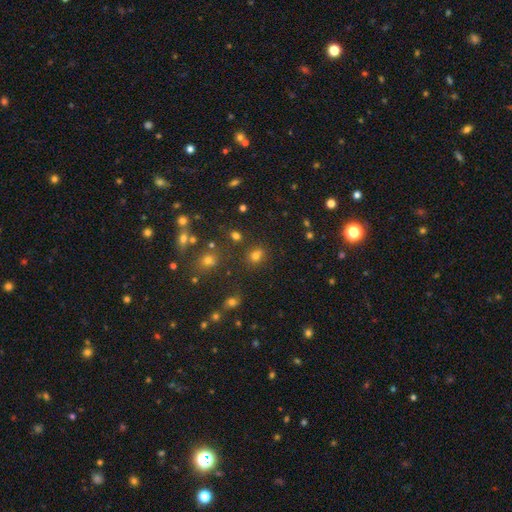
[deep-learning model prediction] The model was most divided on "how rounded": round: 67%, in between: 32%, cigar-shaped: 1%. More confident: merging — none (75%); smooth or featured — smooth (69%).